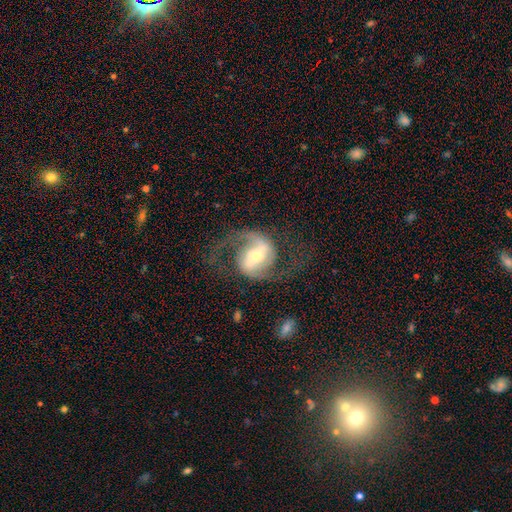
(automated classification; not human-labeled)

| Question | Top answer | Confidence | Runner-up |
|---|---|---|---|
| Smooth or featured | featured or disk | 89% | smooth (6%) |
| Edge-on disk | no | 97% | yes (3%) |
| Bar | strong | 48% | weak (35%) |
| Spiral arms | yes | 97% | no (3%) |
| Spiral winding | medium | 47% | loose (44%) |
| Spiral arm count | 2 | 93% | 1 (2%) |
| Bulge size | moderate | 51% | small (40%) |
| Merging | none | 73% | major disturbance (13%) |